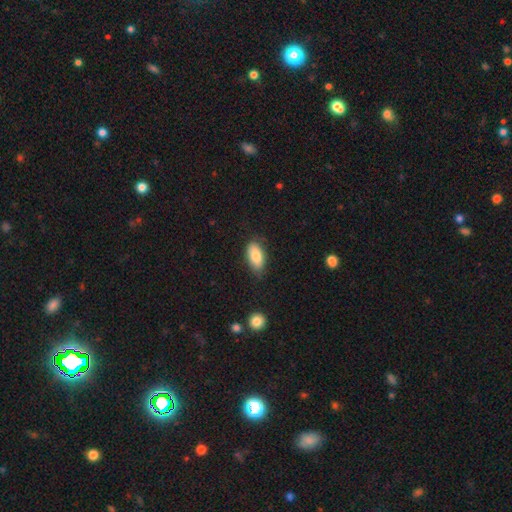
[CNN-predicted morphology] This is clearly a smooth galaxy (83%). How rounded: clearly in between (89%). Merging: likely none (76%).